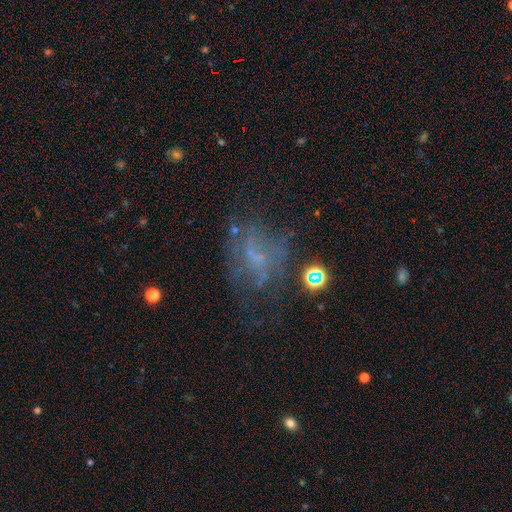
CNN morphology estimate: type=featured or disk (48%); merging=none (43%).